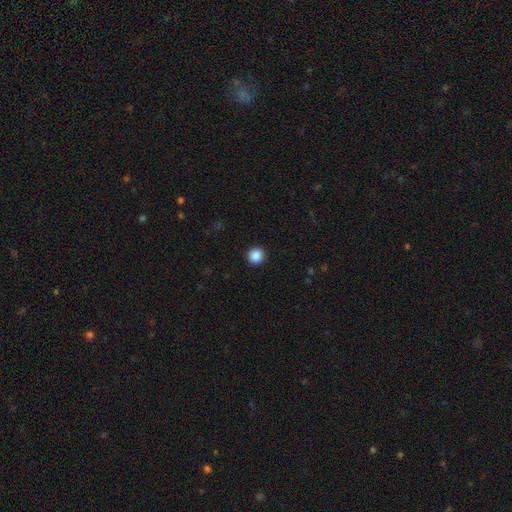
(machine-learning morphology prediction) smooth_or_featured: smooth (p=0.88) [alt: star or artifact p=0.09]
how_rounded: round (p=0.95) [alt: in between p=0.05]
merging: none (p=0.93) [alt: minor disturbance p=0.04]